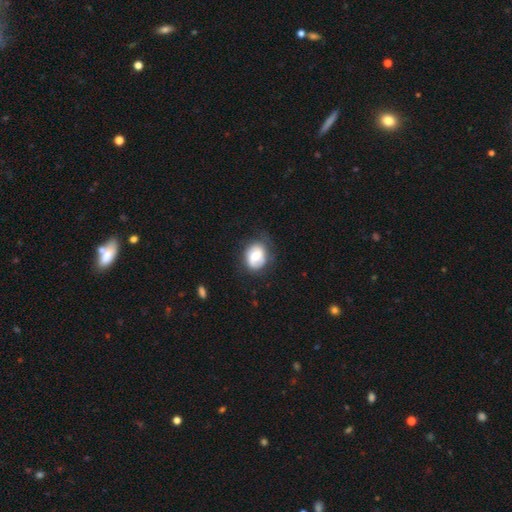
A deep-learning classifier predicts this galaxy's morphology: The model was most divided on "how rounded": round: 50%, in between: 49%, cigar-shaped: 1%. More confident: merging — none (59%); smooth or featured — smooth (56%).